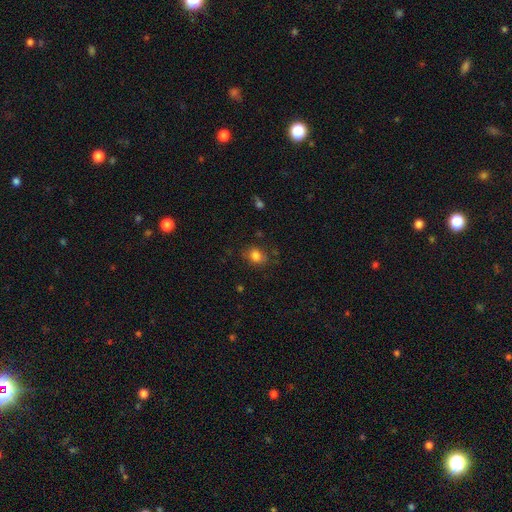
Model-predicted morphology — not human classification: The model was most divided on "how rounded": in between: 52%, round: 47%, cigar-shaped: 1%. More confident: smooth or featured — smooth (81%); merging — none (74%).